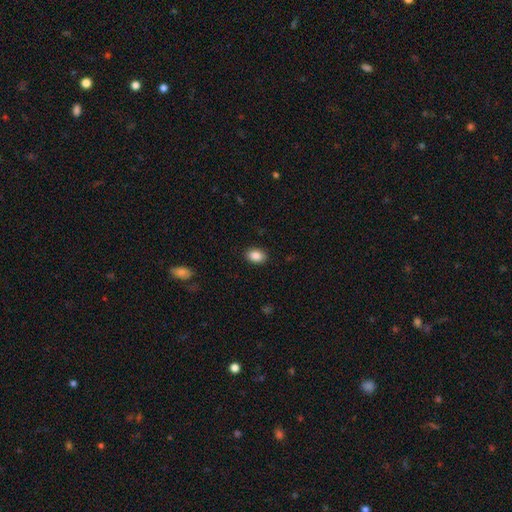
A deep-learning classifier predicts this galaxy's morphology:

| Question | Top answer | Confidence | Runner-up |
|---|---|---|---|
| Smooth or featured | smooth | 88% | star or artifact (8%) |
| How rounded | in between | 78% | round (20%) |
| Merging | none | 89% | minor disturbance (8%) |